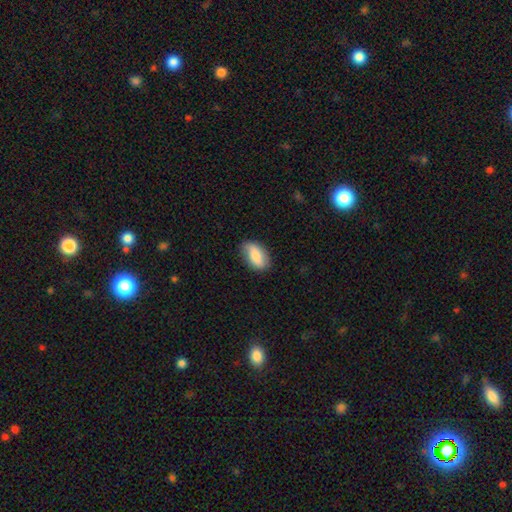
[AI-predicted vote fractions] smooth_or_featured: smooth (p=0.79) [alt: featured or disk p=0.15]
how_rounded: in between (p=0.90) [alt: round p=0.05]
merging: none (p=0.79) [alt: minor disturbance p=0.17]